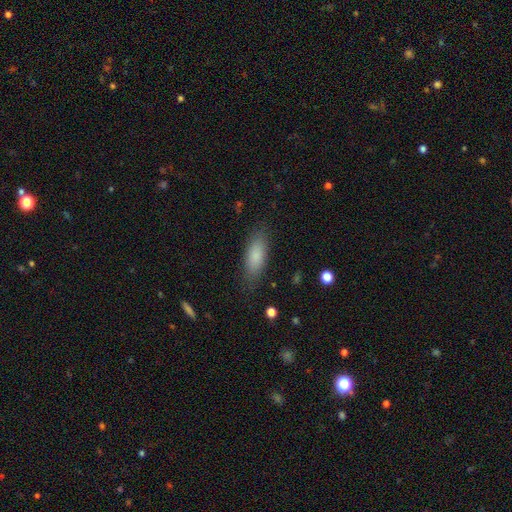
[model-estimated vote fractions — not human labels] This appears to be a smooth galaxy with no disk features (83%) that is in between round and cigar-shaped (73%). Merging: none (82%).